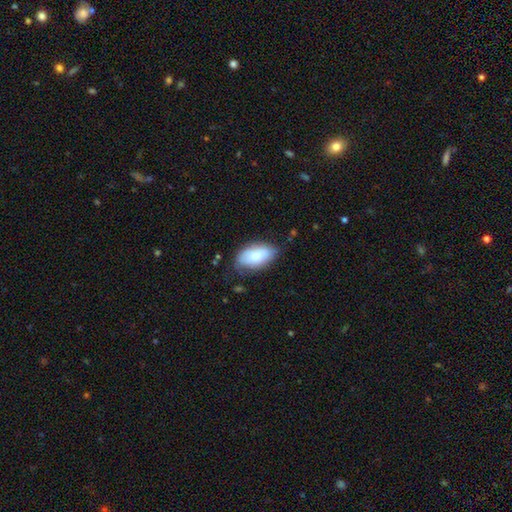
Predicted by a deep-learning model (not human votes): smooth-or-featured: smooth: 83% | featured or disk: 10% | star or artifact: 6%
  how-rounded: in between: 94% | round: 3% | cigar-shaped: 3%
  merging: none: 68% | minor disturbance: 24% | major disturbance: 6% | merger: 2%